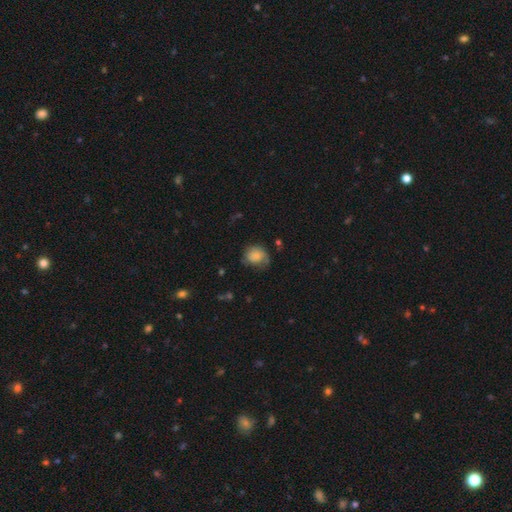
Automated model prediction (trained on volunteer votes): smooth 72%, featured or disk 20%, star or artifact 9%. Down the decision tree: how rounded — round (71%); merging — none (51%).